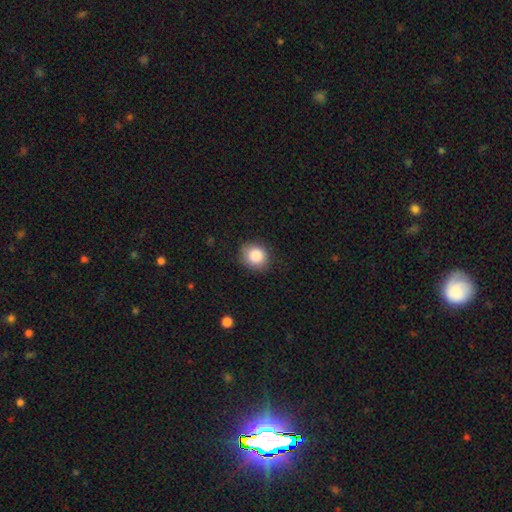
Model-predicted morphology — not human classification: The model was most divided on "how rounded": round: 75%, in between: 24%, cigar-shaped: 1%. More confident: merging — none (85%); smooth or featured — smooth (83%).